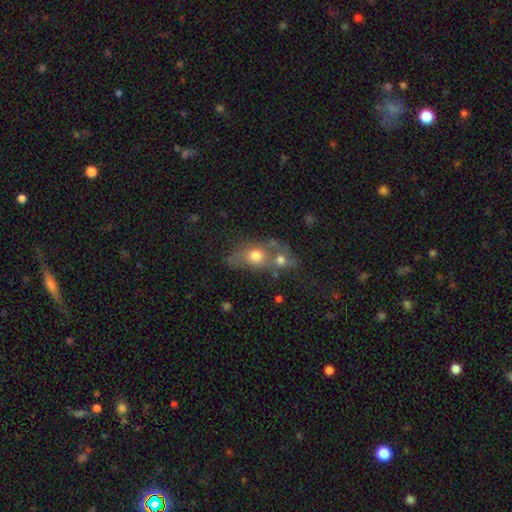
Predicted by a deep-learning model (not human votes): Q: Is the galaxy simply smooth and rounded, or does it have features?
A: smooth — 63%.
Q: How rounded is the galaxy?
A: in between — 51%.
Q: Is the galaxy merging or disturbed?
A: merger — 53%.